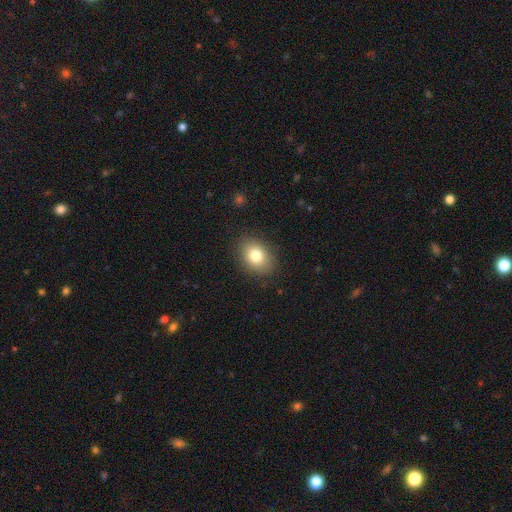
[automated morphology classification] This is clearly a smooth galaxy (81%). How rounded: likely in between (69%). Merging: clearly none (86%).